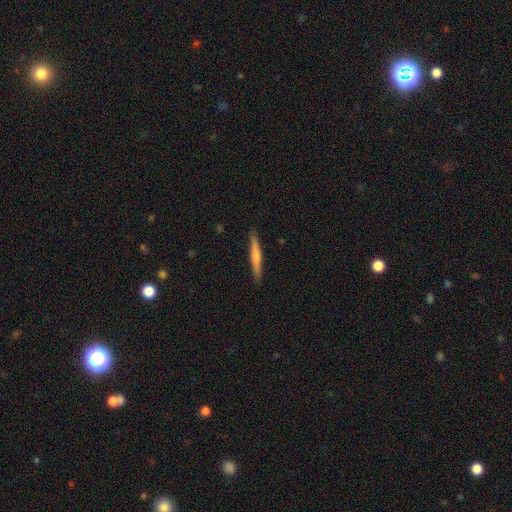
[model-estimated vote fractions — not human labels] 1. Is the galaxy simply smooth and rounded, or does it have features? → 59% smooth, 36% featured or disk, 5% star or artifact.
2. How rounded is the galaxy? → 95% cigar-shaped, 3% in between, 1% round.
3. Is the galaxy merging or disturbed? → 91% none, 7% minor disturbance, 1% major disturbance, 1% merger.